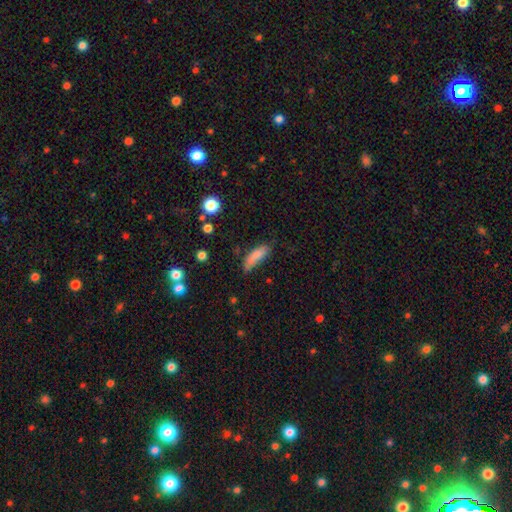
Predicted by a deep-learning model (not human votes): Overall: smooth (80%). How rounded: in between (57%; cigar-shaped 40%). Merging: none (57%; minor disturbance 30%).